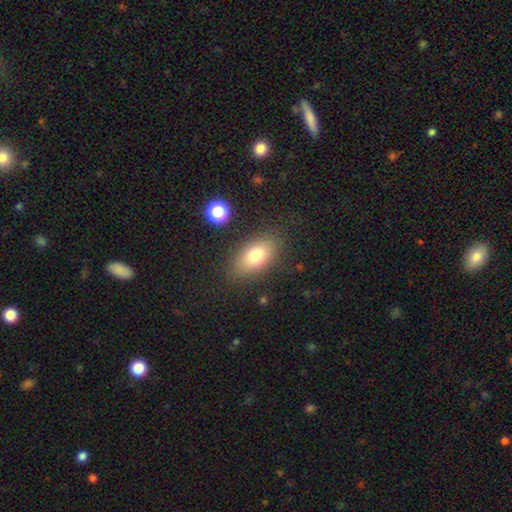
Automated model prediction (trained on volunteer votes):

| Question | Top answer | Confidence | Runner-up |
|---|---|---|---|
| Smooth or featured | smooth | 76% | featured or disk (14%) |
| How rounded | in between | 87% | round (9%) |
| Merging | none | 83% | minor disturbance (11%) |